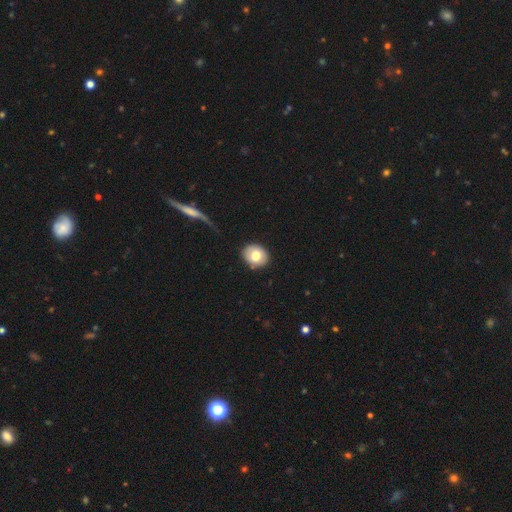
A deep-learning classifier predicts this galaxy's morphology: smooth_or_featured: smooth (p=0.73) [alt: featured or disk p=0.19]
how_rounded: round (p=0.68) [alt: in between p=0.31]
merging: none (p=0.87) [alt: minor disturbance p=0.09]